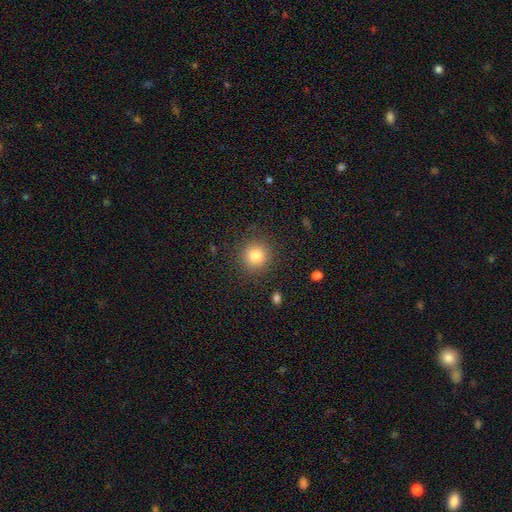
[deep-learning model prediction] A smooth galaxy with no disk features (80%) that is round (93%).

Vote fractions:
- Smooth or featured? smooth: 80% / star or artifact: 12% / featured or disk: 8%
- How rounded? round: 93% / in between: 6% / cigar-shaped: 1%
- Merging? none: 89% / minor disturbance: 7% / major disturbance: 3% / merger: 1%